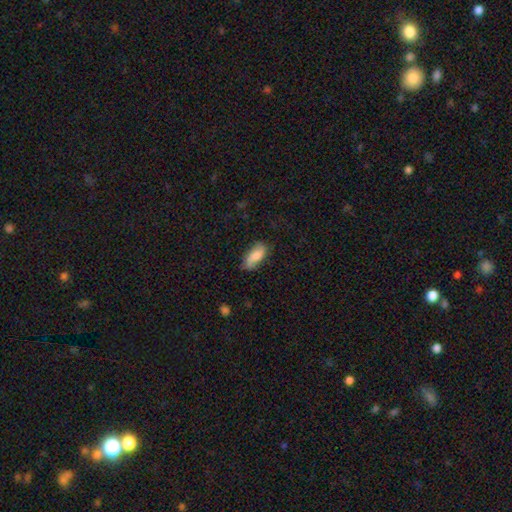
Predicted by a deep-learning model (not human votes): Smooth or featured? Predicted: smooth (p=0.68). How rounded? Predicted: in between (p=0.83). Merging? Predicted: none (p=0.71).